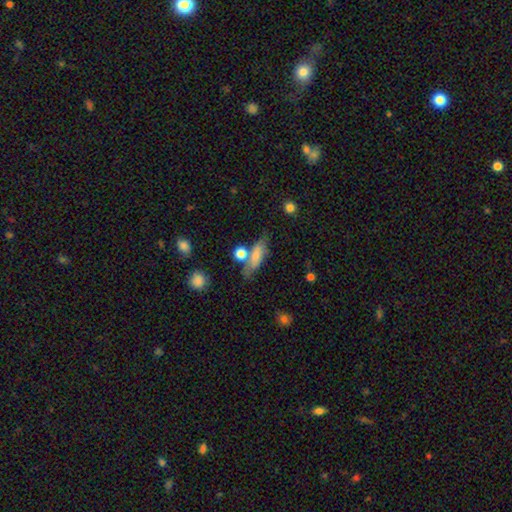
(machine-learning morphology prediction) A smooth galaxy with no disk features (69%) that is in between round and cigar-shaped (52%). Merging: none (58%).